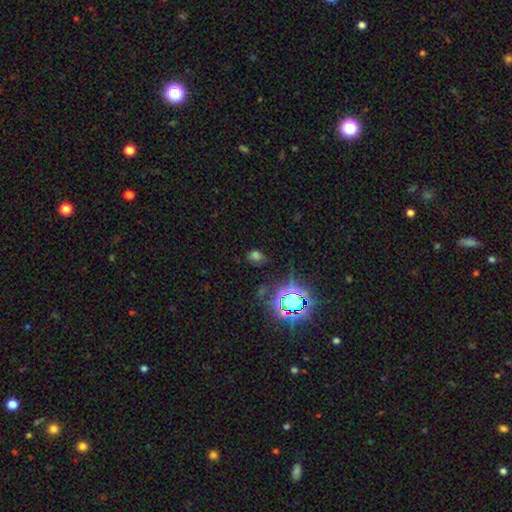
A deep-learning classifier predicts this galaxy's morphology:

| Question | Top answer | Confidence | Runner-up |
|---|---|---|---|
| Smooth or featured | smooth | 55% | star or artifact (37%) |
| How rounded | in between | 73% | round (25%) |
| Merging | none | 75% | minor disturbance (15%) |